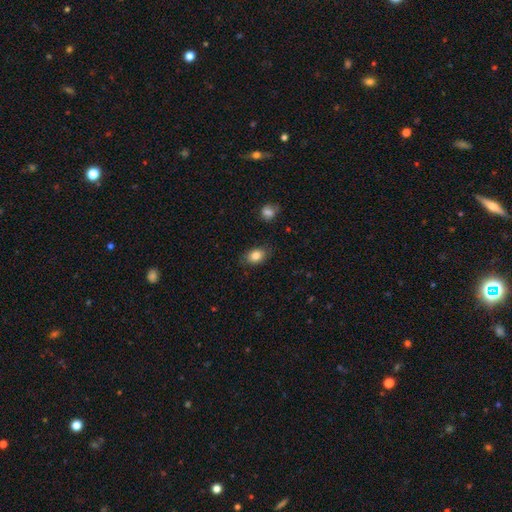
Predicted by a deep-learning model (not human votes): smooth-or-featured: smooth: 83% | star or artifact: 9% | featured or disk: 8%
  how-rounded: in between: 77% | round: 22% | cigar-shaped: 1%
  merging: none: 82% | minor disturbance: 14% | major disturbance: 3% | merger: 2%